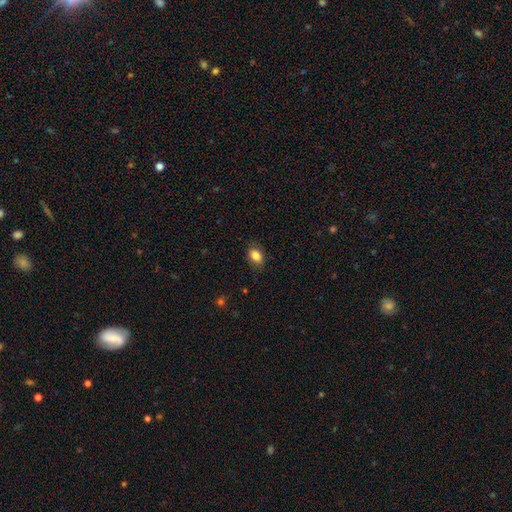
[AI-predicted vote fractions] Smooth or featured? Predicted: smooth (p=0.83). How rounded? Predicted: in between (p=0.84). Merging? Predicted: none (p=0.79).